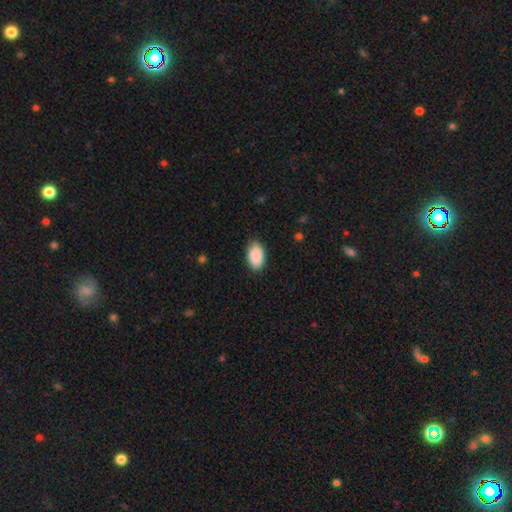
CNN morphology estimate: A smooth galaxy with no disk features (90%) that is in between round and cigar-shaped (94%).

Vote fractions:
- Smooth or featured? smooth: 90% / star or artifact: 6% / featured or disk: 4%
- How rounded? in between: 94% / round: 5% / cigar-shaped: 1%
- Merging? none: 84% / minor disturbance: 13% / major disturbance: 2% / merger: 1%